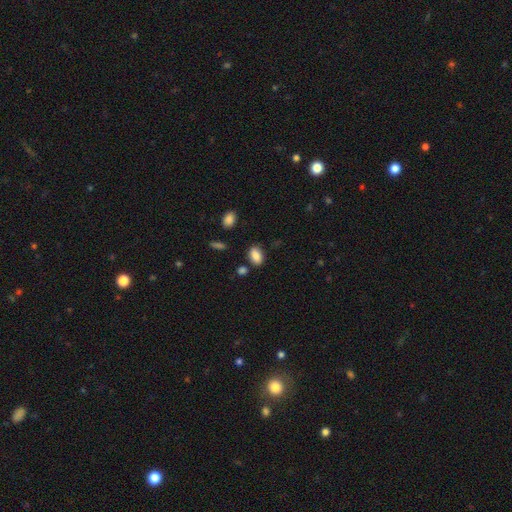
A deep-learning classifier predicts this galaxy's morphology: smooth 86%, star or artifact 8%, featured or disk 6%. Down the decision tree: how rounded — in between (88%); merging — none (80%).